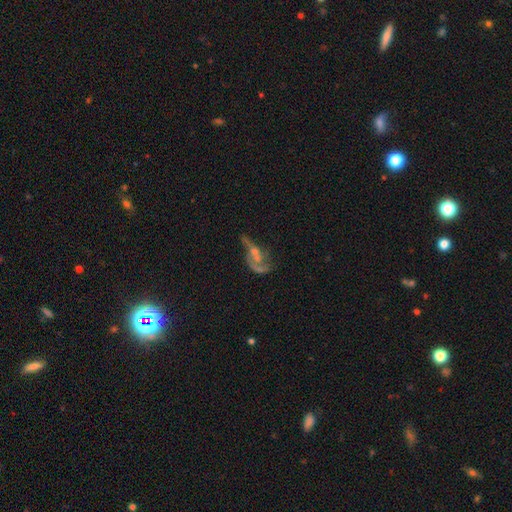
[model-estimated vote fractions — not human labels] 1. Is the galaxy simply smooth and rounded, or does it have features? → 66% featured or disk, 19% smooth, 14% star or artifact.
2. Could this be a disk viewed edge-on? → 91% no, 9% yes.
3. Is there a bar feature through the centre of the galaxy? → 72% no, 22% weak, 6% strong.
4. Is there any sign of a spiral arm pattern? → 56% yes, 44% no.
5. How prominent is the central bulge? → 44% small, 26% none, 26% moderate, 3% large, 2% dominant.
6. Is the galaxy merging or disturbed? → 41% major disturbance, 29% none, 16% minor disturbance, 14% merger.